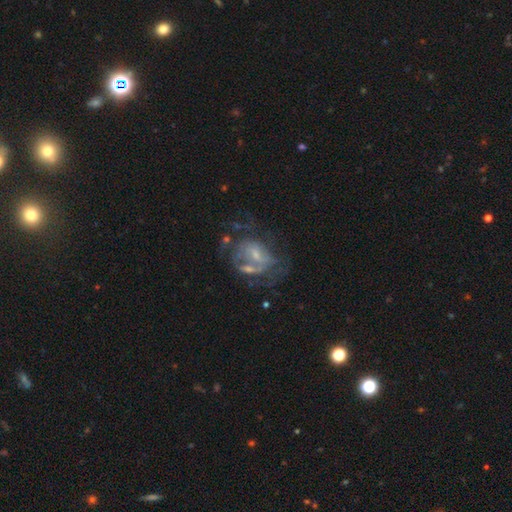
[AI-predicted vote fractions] Smooth or featured?
  - featured or disk: 71% *
  - smooth: 18%
  - star or artifact: 12%
Edge-on disk?
  - no: 97% *
  - yes: 3%
Bar?
  - no: 55% *
  - weak: 35%
  - strong: 9%
Spiral arms?
  - yes: 53% *
  - no: 47%
Bulge size?
  - small: 52% *
  - moderate: 30%
  - none: 14%
  - large: 3%
  - dominant: 1%
Merging?
  - none: 34% *
  - major disturbance: 31%
  - merger: 17%
  - minor disturbance: 17%